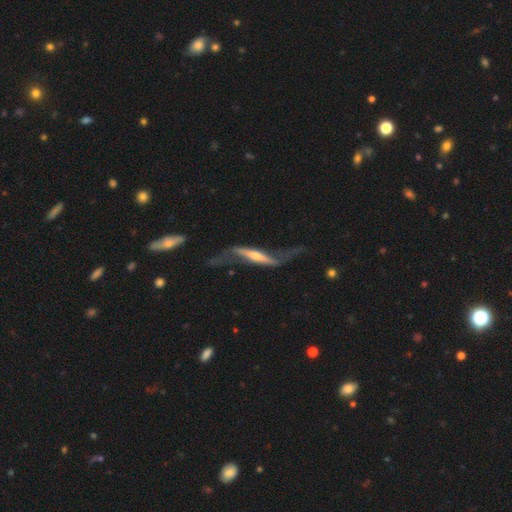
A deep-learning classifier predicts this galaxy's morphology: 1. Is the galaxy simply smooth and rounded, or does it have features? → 82% featured or disk, 13% smooth, 5% star or artifact.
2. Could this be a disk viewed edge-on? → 55% yes, 45% no.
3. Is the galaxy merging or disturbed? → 44% none, 30% major disturbance, 21% minor disturbance, 5% merger.